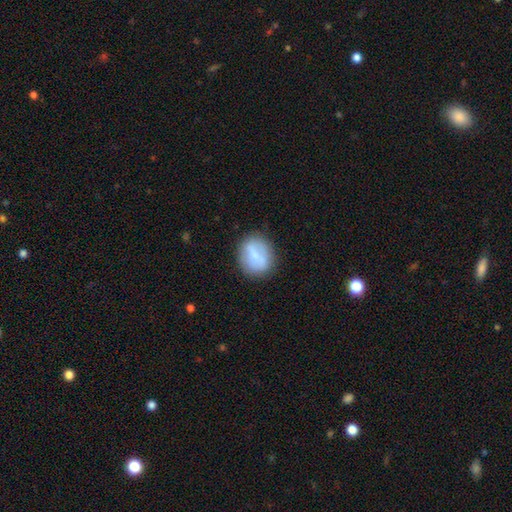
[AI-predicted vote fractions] smooth-or-featured: smooth: 62% | featured or disk: 30% | star or artifact: 8%
  how-rounded: round: 59% | in between: 39% | cigar-shaped: 2%
  merging: none: 80% | minor disturbance: 14% | major disturbance: 5% | merger: 2%